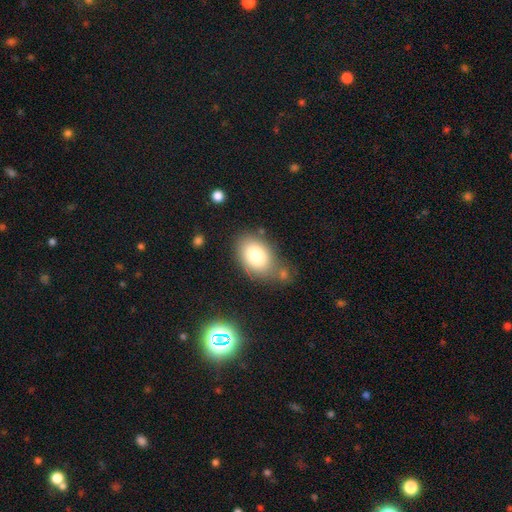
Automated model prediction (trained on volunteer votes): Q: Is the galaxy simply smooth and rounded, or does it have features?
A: smooth — 81%.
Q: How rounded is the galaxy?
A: in between — 84%.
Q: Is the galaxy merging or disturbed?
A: none — 65%.